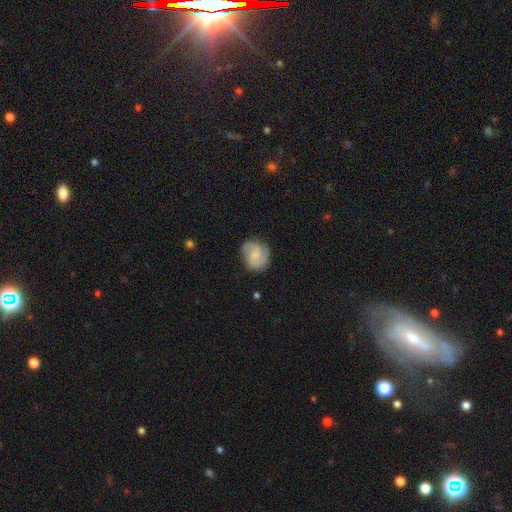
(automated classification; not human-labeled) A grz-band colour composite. It shows a featured or disk galaxy (63%) with no bar (53%), 2 (80%) medium (49%) spiral arms (93%) and a small central bulge (42%). Merging: none (77%).